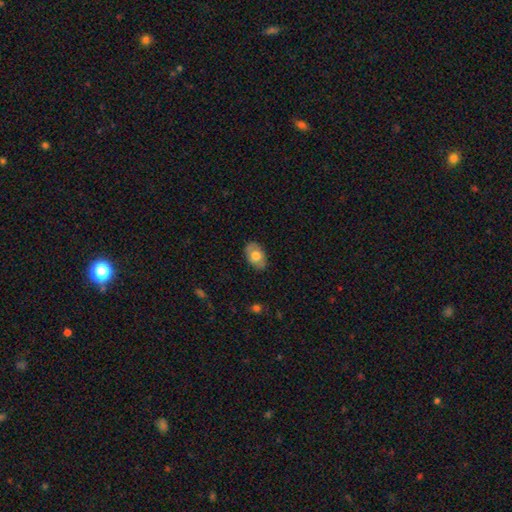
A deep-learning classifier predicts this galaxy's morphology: smooth_or_featured: smooth (p=0.68) [alt: featured or disk p=0.26]
how_rounded: in between (p=0.87) [alt: round p=0.12]
merging: none (p=0.82) [alt: minor disturbance p=0.14]